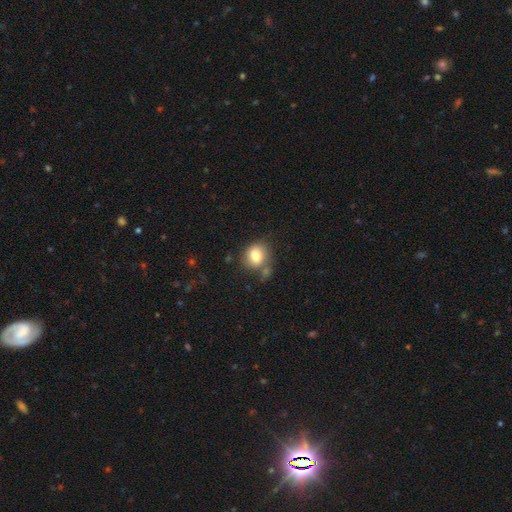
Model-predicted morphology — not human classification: A smooth galaxy with no disk features (79%) that is round (65%).

Vote fractions:
- Smooth or featured? smooth: 79% / featured or disk: 12% / star or artifact: 9%
- How rounded? round: 65% / in between: 34% / cigar-shaped: 1%
- Merging? none: 58% / minor disturbance: 19% / merger: 15% / major disturbance: 7%